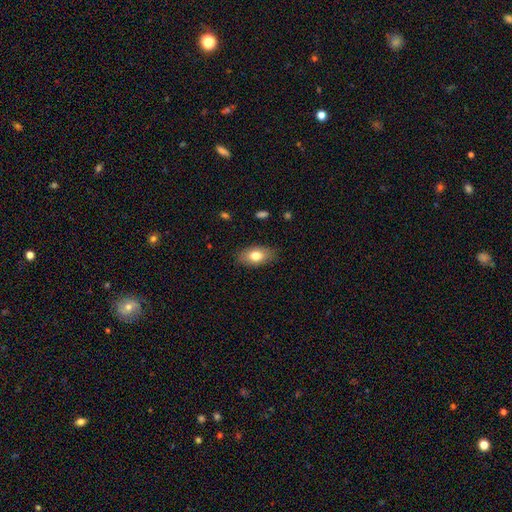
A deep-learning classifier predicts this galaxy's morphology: This appears to be a smooth galaxy with no disk features (77%) that is in between round and cigar-shaped (91%). Merging: none (85%).